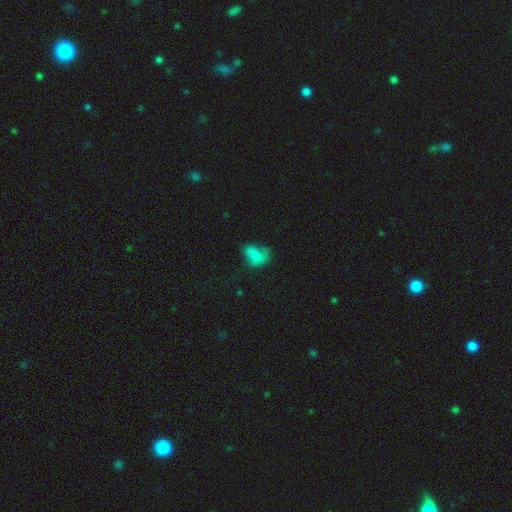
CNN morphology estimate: Q: Smooth or featured?
A: smooth (62%); runner-up: featured or disk (26%)
Q: How rounded?
A: in between (69%); runner-up: round (29%)
Q: Merging?
A: none (35%); runner-up: minor disturbance (28%)